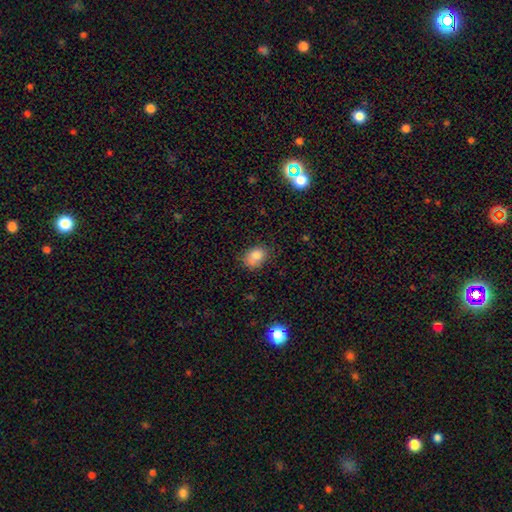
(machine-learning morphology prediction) This appears to be a smooth galaxy with no disk features (82%) that is in between round and cigar-shaped (70%). Merging: none (65%).